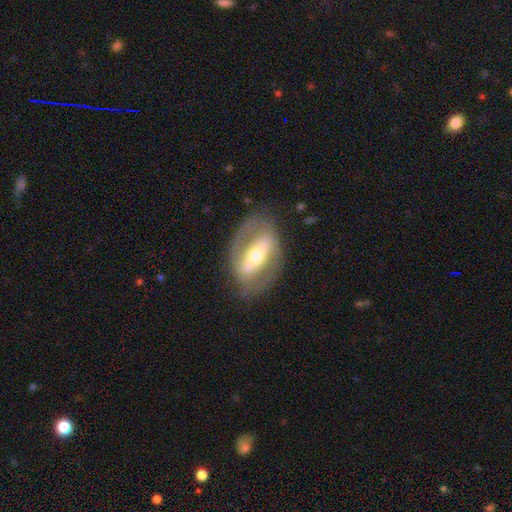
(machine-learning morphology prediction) type=featured or disk (71%); edge-on=no (84%); bar=strong (67%); spiral arms=no (61%); bulge=moderate (61%); merging=none (73%).